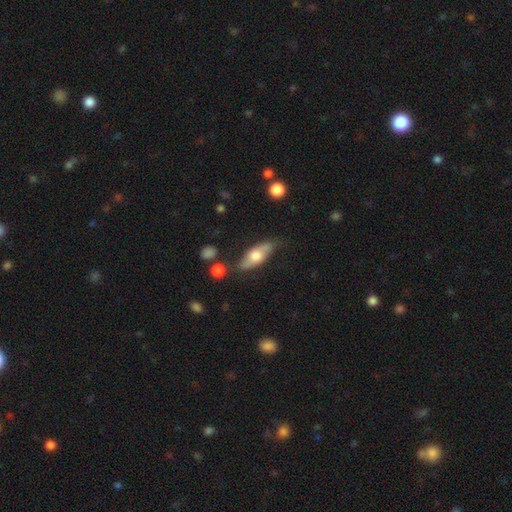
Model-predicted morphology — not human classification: Smooth or featured? Predicted: smooth (p=0.53). How rounded? Predicted: in between (p=0.70). Merging? Predicted: none (p=0.69).